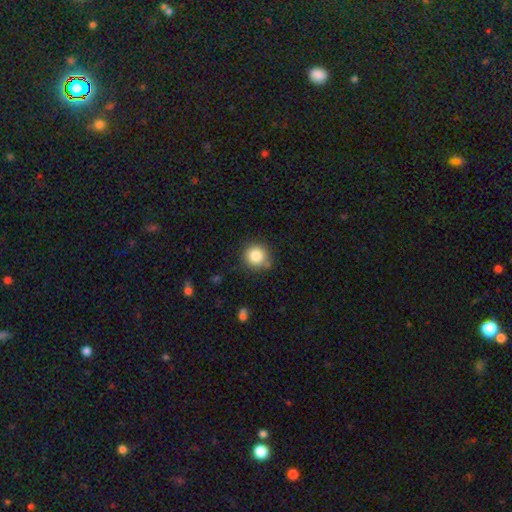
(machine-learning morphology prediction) Smooth or featured? smooth (84%)
How rounded? round (94%)
Merging? none (81%)